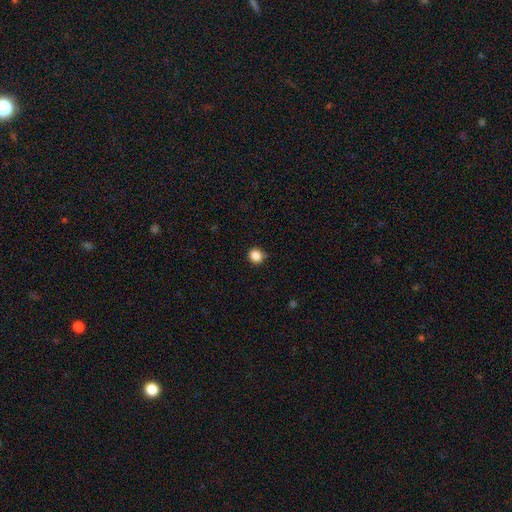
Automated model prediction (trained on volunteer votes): smooth-or-featured: smooth: 86% | star or artifact: 10% | featured or disk: 3%
  how-rounded: round: 82% | in between: 17% | cigar-shaped: 1%
  merging: none: 81% | minor disturbance: 14% | major disturbance: 3% | merger: 2%